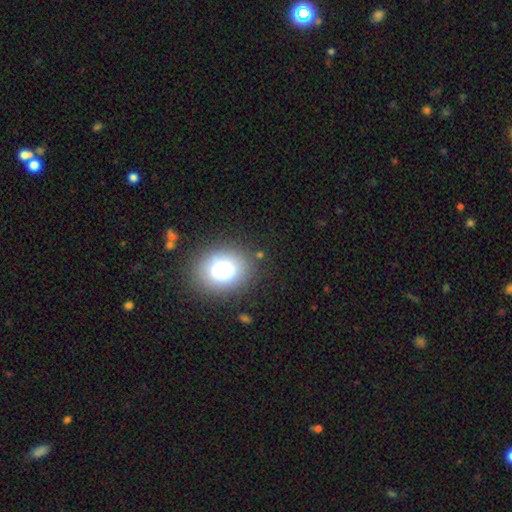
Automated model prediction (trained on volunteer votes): Q: Smooth or featured?
A: smooth (83%); runner-up: star or artifact (10%)
Q: How rounded?
A: in between (51%); runner-up: round (48%)
Q: Merging?
A: none (84%); runner-up: minor disturbance (11%)